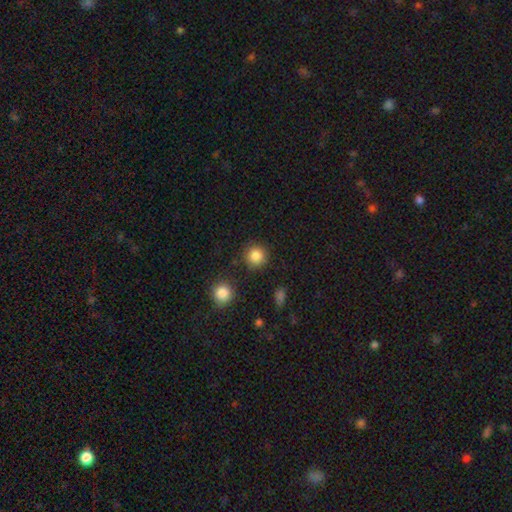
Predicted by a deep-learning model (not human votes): Smooth or featured? Predicted: smooth (p=0.86). How rounded? Predicted: round (p=0.93). Merging? Predicted: none (p=0.87).